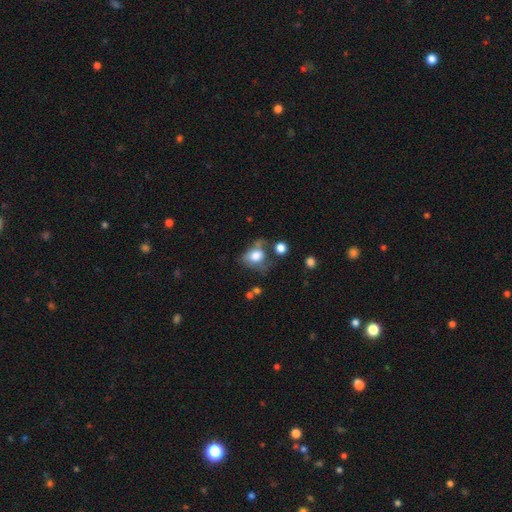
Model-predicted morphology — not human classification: type=smooth (73%); roundness=in between (61%); merging=none (34%).